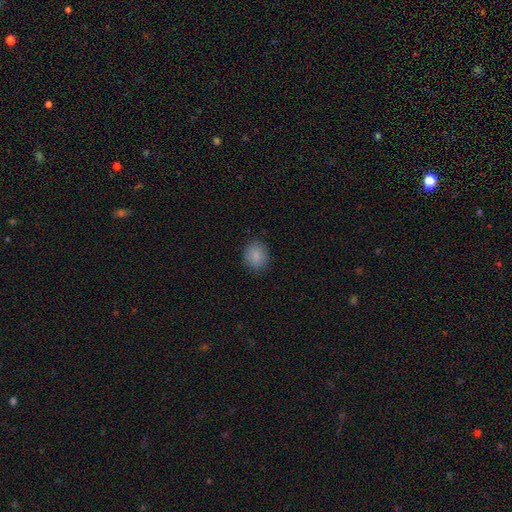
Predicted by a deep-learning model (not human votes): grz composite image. It shows a smooth galaxy with no disk features (87%) that is round (62%). Merging: none (86%).